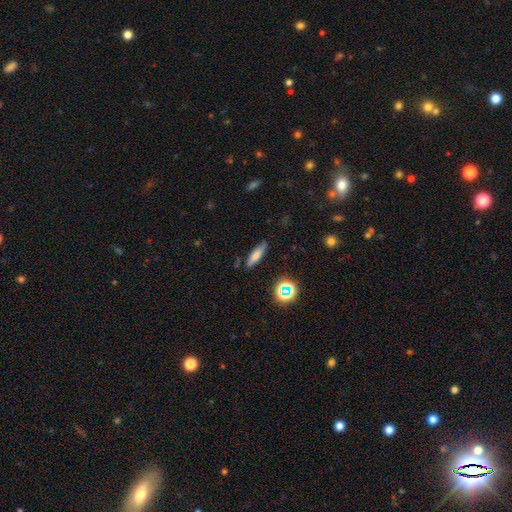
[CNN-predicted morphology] This is likely a smooth galaxy (62%). How rounded: likely cigar-shaped (69%). Merging: clearly none (85%).